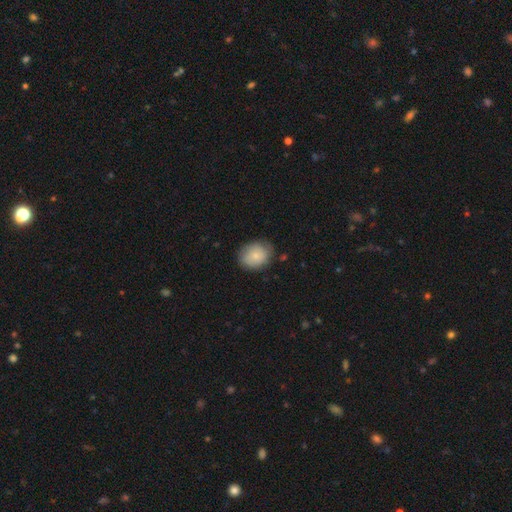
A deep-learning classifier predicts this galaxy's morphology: This appears to be a smooth galaxy with no disk features (79%) that is in between round and cigar-shaped (50%). Merging: none (75%).